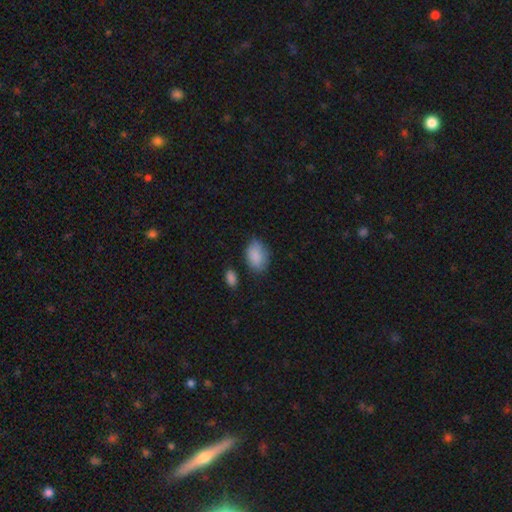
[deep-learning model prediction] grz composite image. It shows a smooth galaxy with no disk features (86%) that is in between round and cigar-shaped (86%). Merging: none (67%).